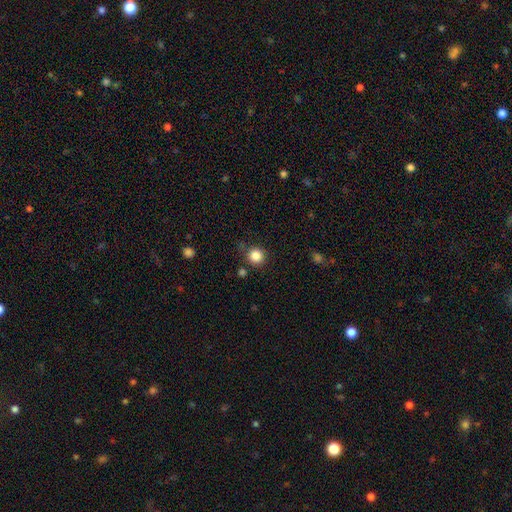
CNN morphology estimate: Overall: smooth (85%). How rounded: round (92%). Merging: none (82%).